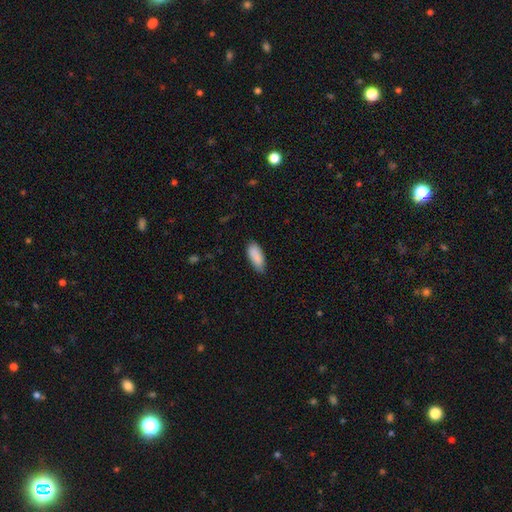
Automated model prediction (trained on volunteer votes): Smooth or featured?
  - smooth: 89% *
  - star or artifact: 6%
  - featured or disk: 5%
How rounded?
  - in between: 82% *
  - cigar-shaped: 16%
  - round: 2%
Merging?
  - none: 76% *
  - minor disturbance: 20%
  - major disturbance: 3%
  - merger: 1%